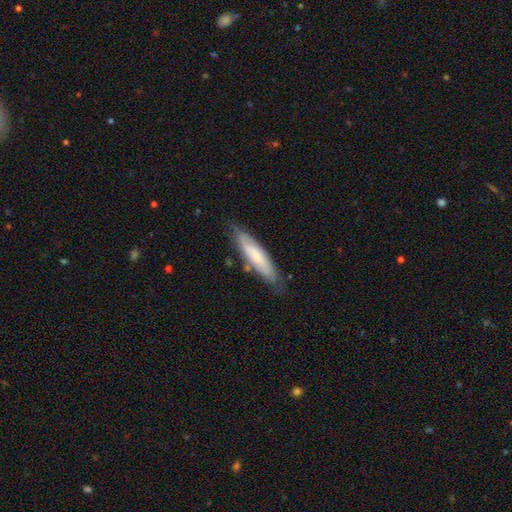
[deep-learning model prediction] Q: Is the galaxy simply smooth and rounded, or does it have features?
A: smooth — 54%.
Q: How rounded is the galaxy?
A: cigar-shaped — 71%.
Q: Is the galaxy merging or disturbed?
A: none — 75%.